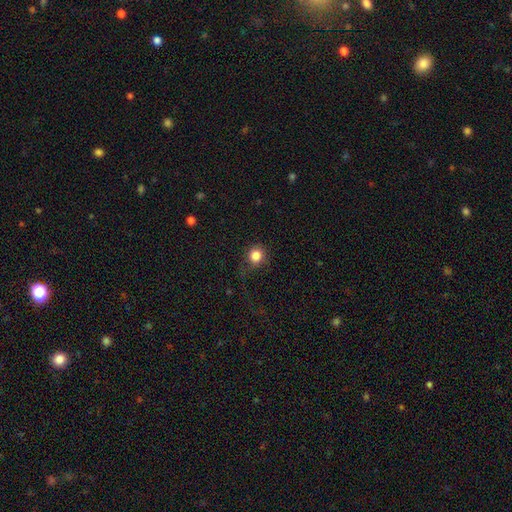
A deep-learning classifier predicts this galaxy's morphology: The model was most divided on "merging": none: 71%, minor disturbance: 18%, major disturbance: 9%, merger: 1%. More confident: how rounded — round (85%); smooth or featured — smooth (83%).